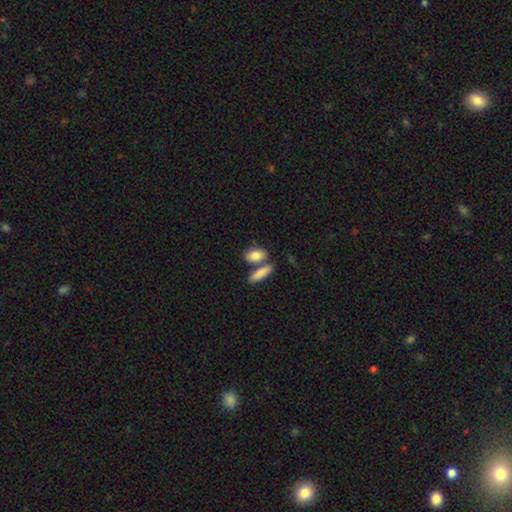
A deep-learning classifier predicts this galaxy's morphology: Q: Smooth or featured?
A: smooth (85%); runner-up: featured or disk (10%)
Q: How rounded?
A: in between (83%); runner-up: cigar-shaped (11%)
Q: Merging?
A: none (58%); runner-up: merger (27%)